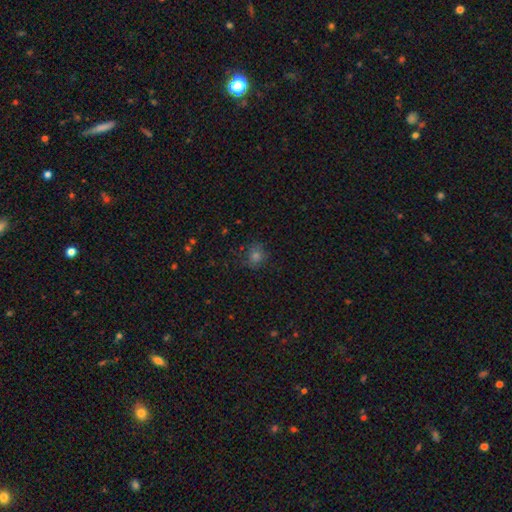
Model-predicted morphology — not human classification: Overall: smooth (66%). How rounded: round (84%). Merging: none (78%).